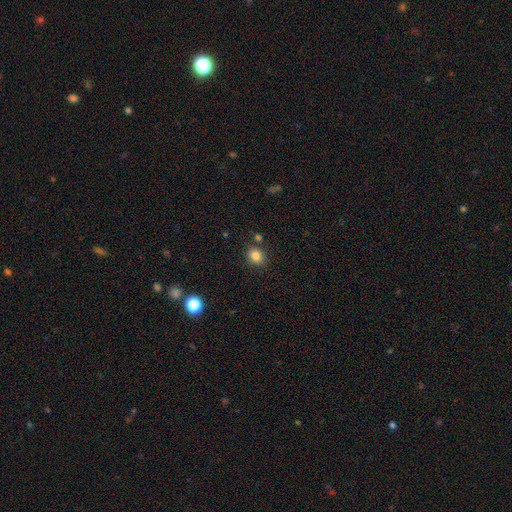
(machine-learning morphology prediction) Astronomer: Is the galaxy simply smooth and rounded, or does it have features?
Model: smooth — 83%.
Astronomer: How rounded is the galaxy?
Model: round — 57% (runner-up: in between, 42%).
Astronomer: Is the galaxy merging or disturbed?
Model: none — 81%.